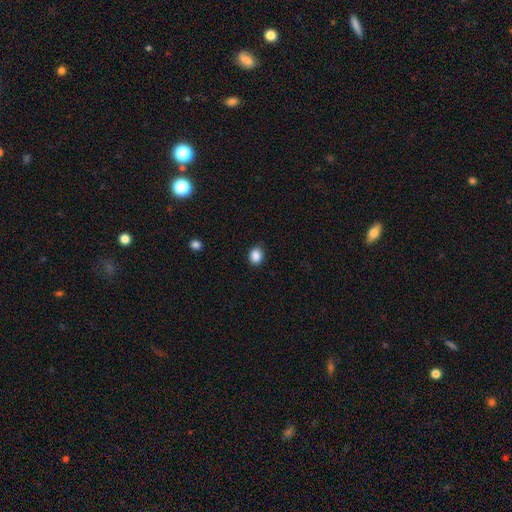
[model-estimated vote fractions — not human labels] Smooth or featured? smooth (88%)
How rounded? round (57%)
Merging? none (86%)